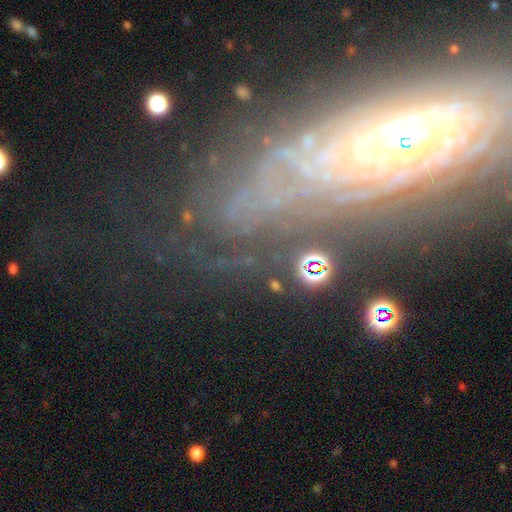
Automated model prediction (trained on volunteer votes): A featured or disk galaxy (76%) with no bar (70%), tight (79%) spiral arms (84%) and a small central bulge (42%, tied with moderate). Merging: none (69%).